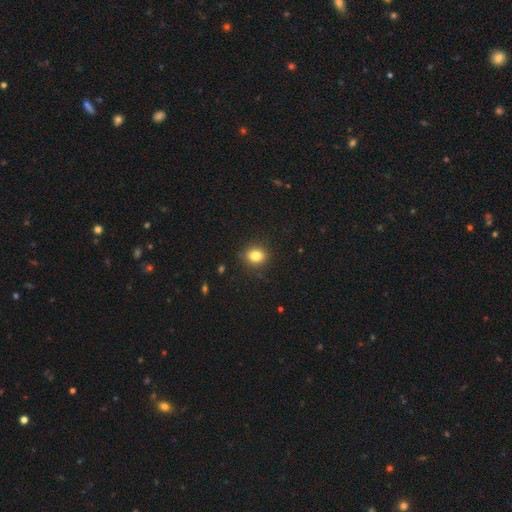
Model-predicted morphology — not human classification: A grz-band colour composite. It shows a smooth galaxy with no disk features (83%) that is round (69%). Merging: none (88%).